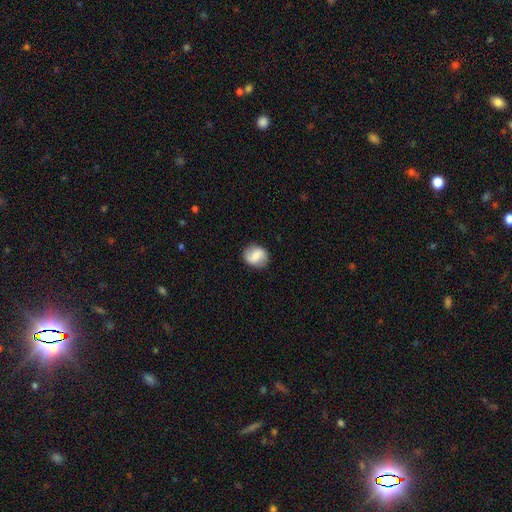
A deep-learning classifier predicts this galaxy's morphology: Smooth or featured: smooth — 66% (featured or disk — 27%)
How rounded: round — 68% (in between — 30%)
Merging: none — 82% (minor disturbance — 13%)